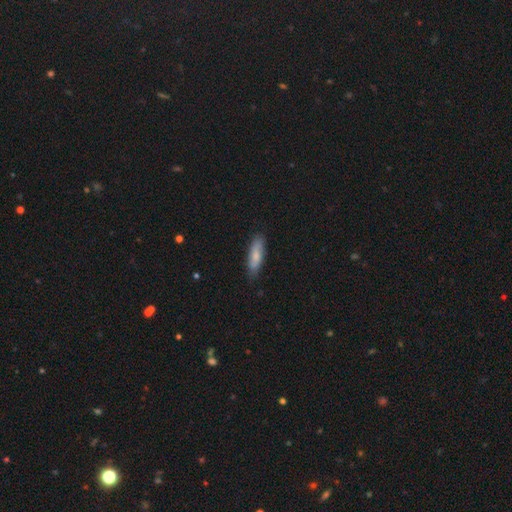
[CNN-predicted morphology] Smooth or featured? Predicted: smooth (p=0.69). How rounded? Predicted: cigar-shaped (p=0.54). Merging? Predicted: none (p=0.79).